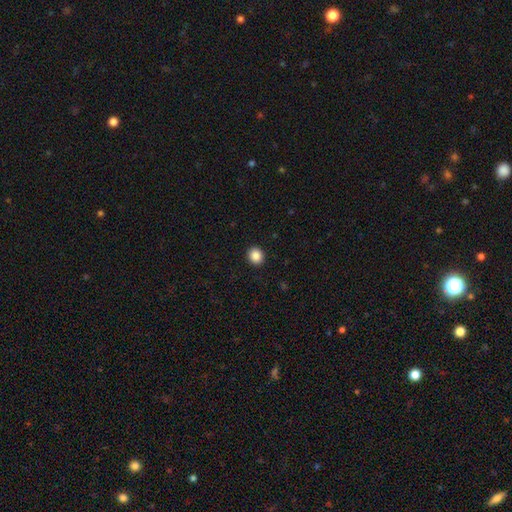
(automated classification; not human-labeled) This is clearly a smooth galaxy (88%). How rounded: likely round (78%). Merging: clearly none (92%).